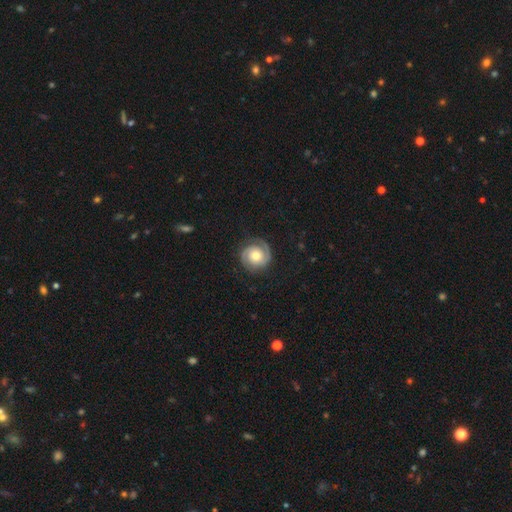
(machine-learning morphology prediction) featured or disk 82%, smooth 13%, star or artifact 5%. Down the decision tree: edge-on disk — no (98%); bar — no (76%); spiral arms — yes (97%); spiral arm count — 2 (84%); spiral winding — tight (66%); bulge size — moderate (69%); merging — none (83%).